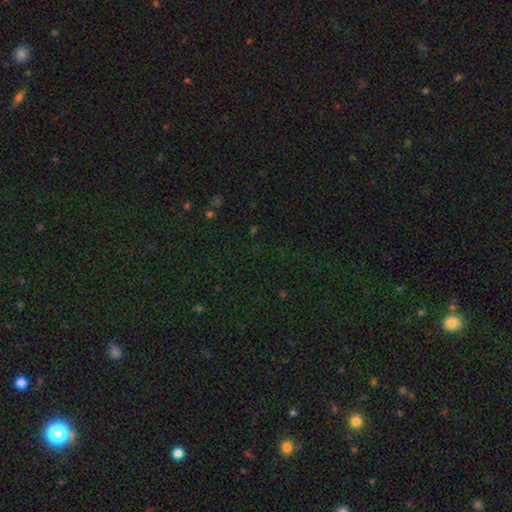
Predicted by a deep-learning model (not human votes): A star or artifact, not a galaxy (75%).